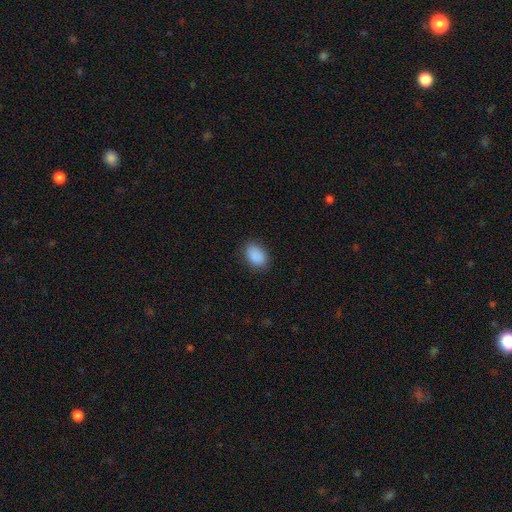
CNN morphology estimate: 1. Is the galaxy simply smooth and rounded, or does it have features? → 89% smooth, 8% star or artifact, 3% featured or disk.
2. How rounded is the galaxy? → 83% in between, 15% round, 1% cigar-shaped.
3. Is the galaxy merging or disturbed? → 85% none, 11% minor disturbance, 3% major disturbance, 1% merger.